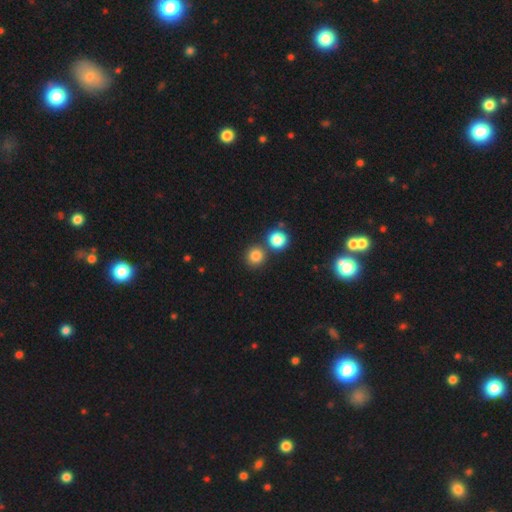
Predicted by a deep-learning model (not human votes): smooth-or-featured: smooth: 81% | star or artifact: 13% | featured or disk: 5%
  how-rounded: round: 90% | in between: 9% | cigar-shaped: 1%
  merging: none: 72% | merger: 18% | minor disturbance: 7% | major disturbance: 3%